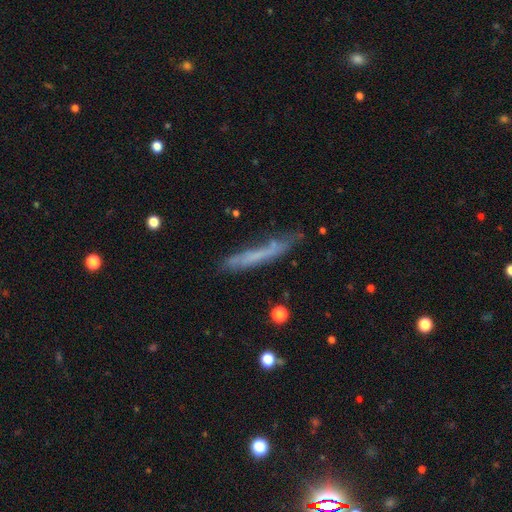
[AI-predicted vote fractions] Smooth or featured? Predicted: smooth (p=0.52). How rounded? Predicted: cigar-shaped (p=0.94). Merging? Predicted: none (p=0.62).